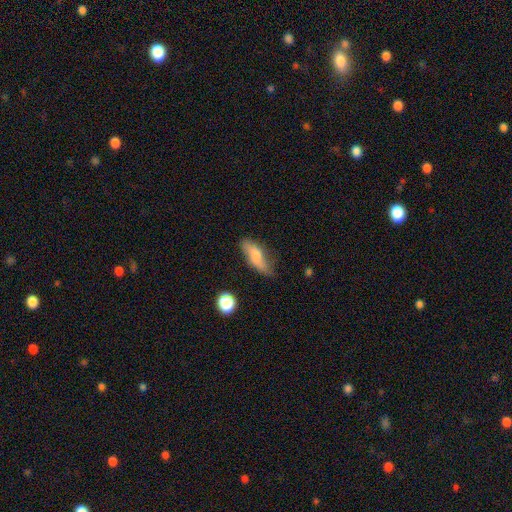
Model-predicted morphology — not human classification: Q: Smooth or featured?
A: smooth (71%); runner-up: featured or disk (21%)
Q: How rounded?
A: in between (59%); runner-up: cigar-shaped (38%)
Q: Merging?
A: none (60%); runner-up: minor disturbance (29%)